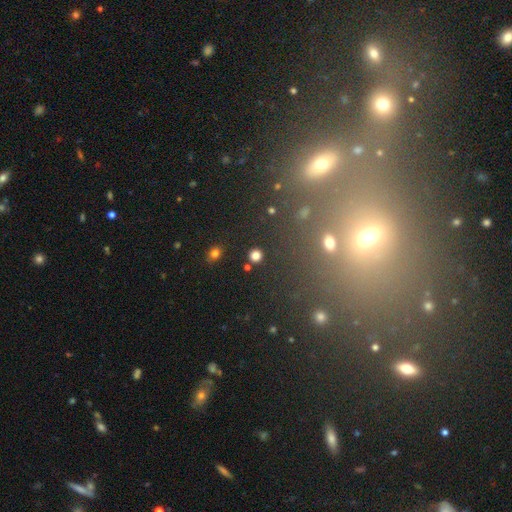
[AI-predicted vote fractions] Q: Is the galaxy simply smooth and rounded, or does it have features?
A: smooth — 79%.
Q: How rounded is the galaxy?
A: round — 86%.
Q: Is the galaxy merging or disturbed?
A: none — 88%.